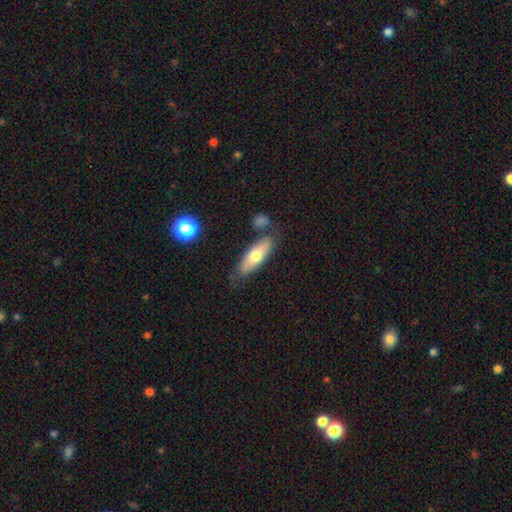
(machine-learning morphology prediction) This is likely a smooth galaxy (65%). How rounded: likely in between (60%). Merging: likely none (70%).